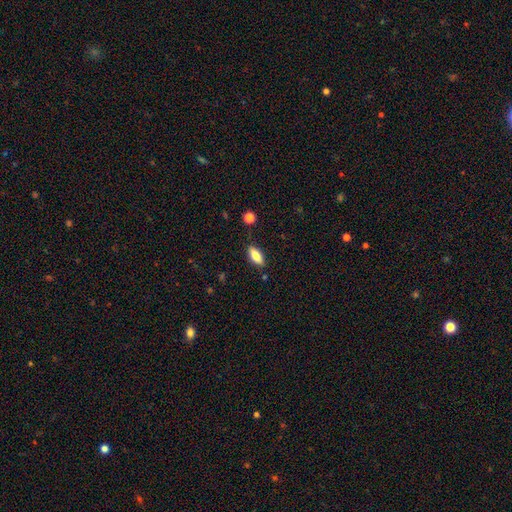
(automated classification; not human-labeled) smooth-or-featured: smooth: 74% | featured or disk: 19% | star or artifact: 7%
  how-rounded: in between: 78% | cigar-shaped: 19% | round: 3%
  merging: none: 84% | minor disturbance: 12% | major disturbance: 2% | merger: 2%